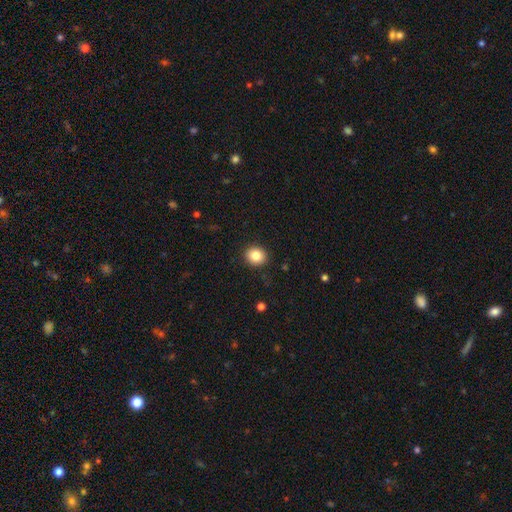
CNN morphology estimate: smooth-or-featured: smooth: 84% | star or artifact: 10% | featured or disk: 7%
  how-rounded: round: 74% | in between: 25% | cigar-shaped: 1%
  merging: none: 91% | minor disturbance: 7% | major disturbance: 2% | merger: 1%